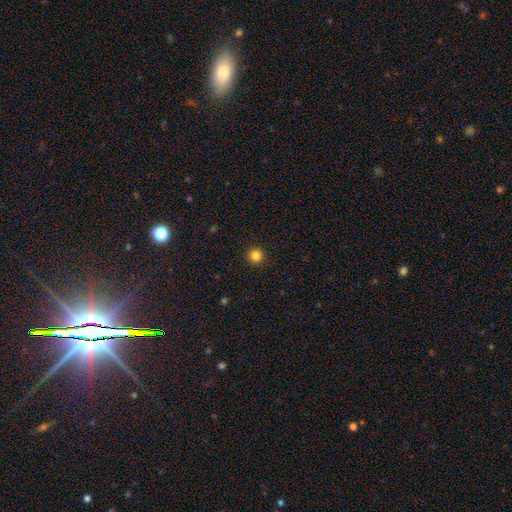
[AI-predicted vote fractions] A smooth galaxy with no disk features (83%) that is round (96%). Merging: none (93%).